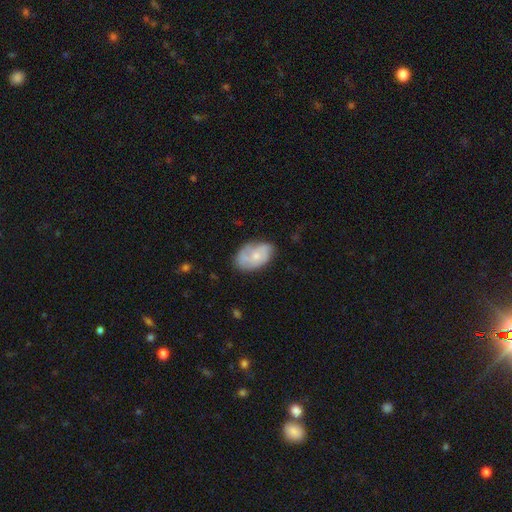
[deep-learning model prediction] smooth 47%, featured or disk 46%, star or artifact 7%. Down the decision tree: merging — none (59%).